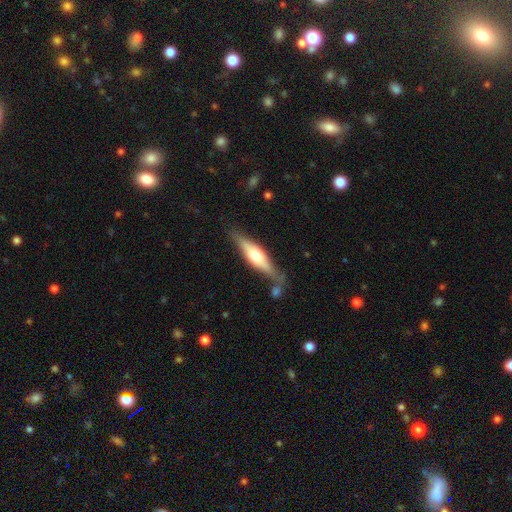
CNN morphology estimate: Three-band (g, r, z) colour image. It shows a featured or disk galaxy (57%) viewed edge-on (91%) with a rounded central bulge (86%). Merging: none (69%).